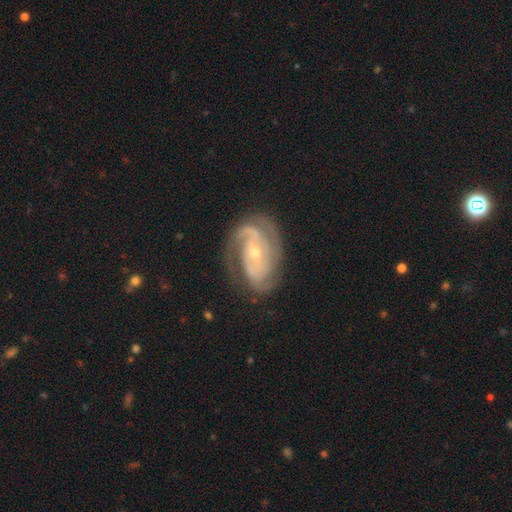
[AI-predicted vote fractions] smooth-or-featured: featured or disk: 87% | star or artifact: 7% | smooth: 6%
  disk-edge-on: no: 97% | yes: 3%
    bar: no: 55% | weak: 30% | strong: 15%
    has-spiral-arms: yes: 97% | no: 3%
      spiral-winding: tight: 54% | medium: 37% | loose: 9%
      spiral-arm-count: 2: 41% | 3: 26% | can't tell: 16% | 4: 7% | 1: 5% | more than 4: 5%
    bulge-size: small: 63% | moderate: 33% | large: 1% | none: 1% | dominant: 1%
  merging: none: 73% | minor disturbance: 18% | major disturbance: 8% | merger: 2%